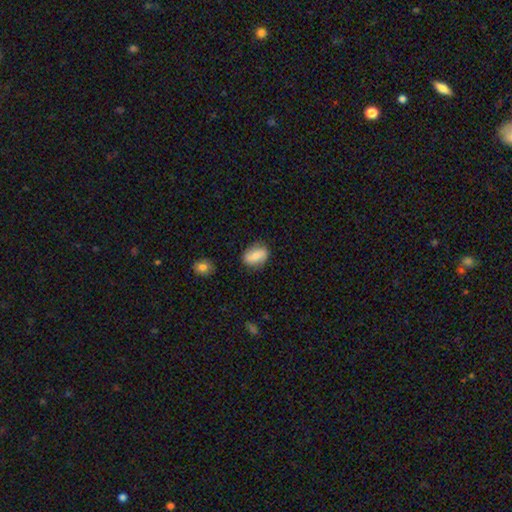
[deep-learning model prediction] Smooth or featured?
  - smooth: 75% *
  - featured or disk: 17%
  - star or artifact: 7%
How rounded?
  - in between: 82% *
  - round: 14%
  - cigar-shaped: 3%
Merging?
  - none: 77% *
  - minor disturbance: 17%
  - major disturbance: 4%
  - merger: 2%